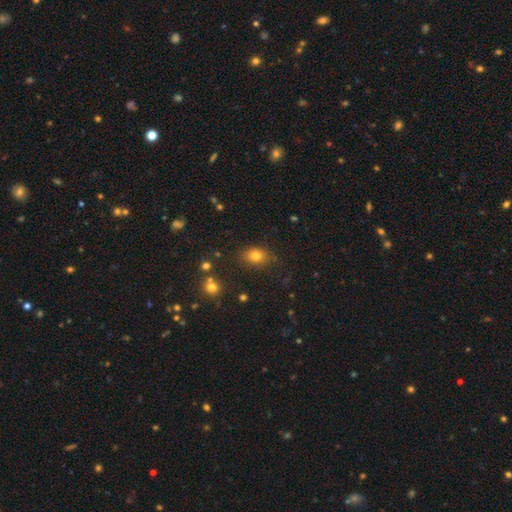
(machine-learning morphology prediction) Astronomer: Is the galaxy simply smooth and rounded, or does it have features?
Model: smooth — 78%.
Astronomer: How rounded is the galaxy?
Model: in between — 64%.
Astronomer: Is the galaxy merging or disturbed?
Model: none — 81%.